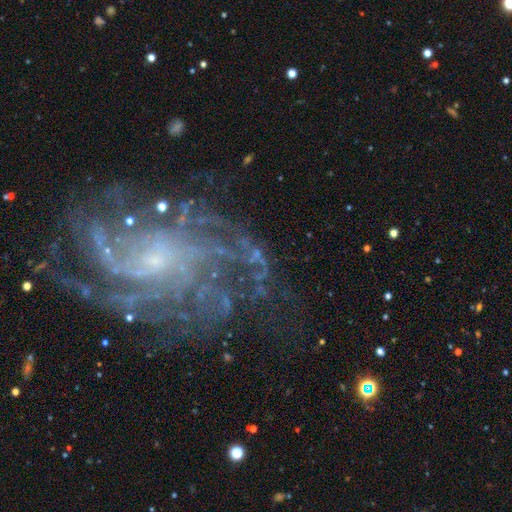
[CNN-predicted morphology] Smooth or featured: featured or disk — 65% (star or artifact — 24%)
Edge-on disk: no — 96% (yes — 4%)
Bar: no — 67% (weak — 22%)
Spiral arms: yes — 84% (no — 16%)
Spiral winding: tight — 58% (medium — 28%)
Spiral arm count: can't tell — 36% (3 — 14%)
Bulge size: small — 65% (none — 15%)
Merging: none — 60% (major disturbance — 20%)